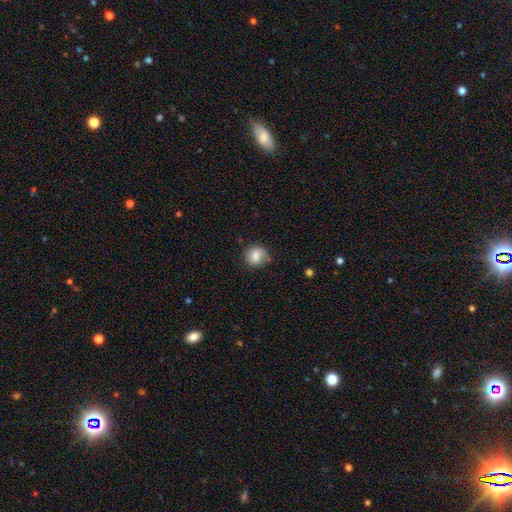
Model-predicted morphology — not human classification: Smooth or featured?
  - smooth: 79% *
  - featured or disk: 12%
  - star or artifact: 8%
How rounded?
  - round: 79% *
  - in between: 20%
  - cigar-shaped: 1%
Merging?
  - none: 74% *
  - minor disturbance: 20%
  - major disturbance: 5%
  - merger: 2%